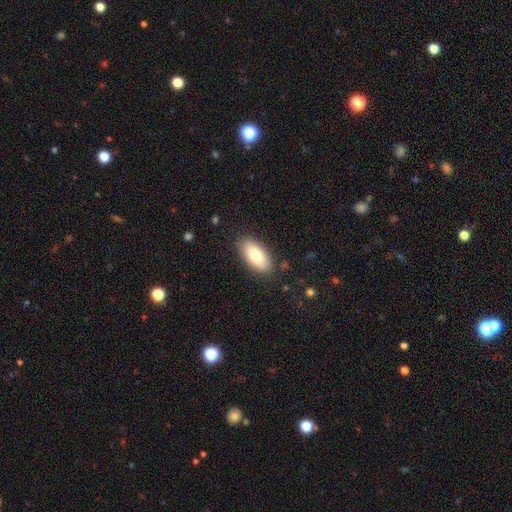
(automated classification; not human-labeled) The model was most divided on "smooth or featured": smooth: 83%, featured or disk: 11%, star or artifact: 6%. More confident: how rounded — in between (91%); merging — none (85%).